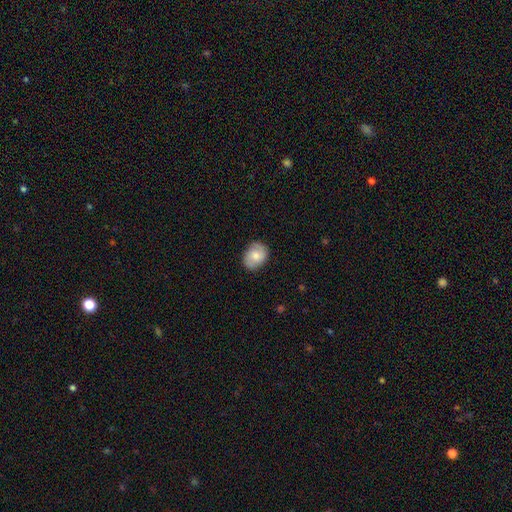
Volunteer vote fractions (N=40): Smooth or featured? 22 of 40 (55%) said smooth. How rounded? 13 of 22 (59%) said in between. Merging? 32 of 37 (86%) said none.